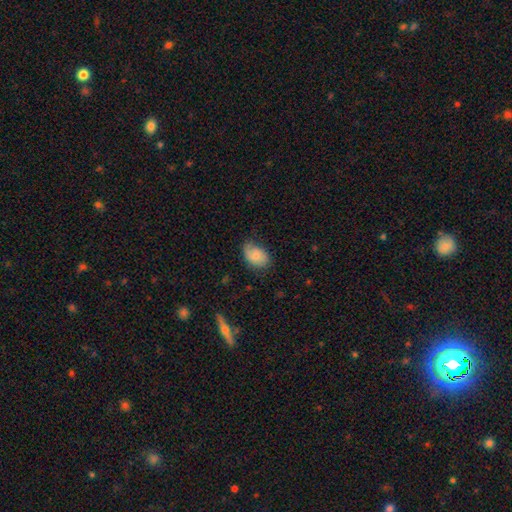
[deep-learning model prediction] The model was most divided on "merging": none: 60%, minor disturbance: 30%, major disturbance: 8%, merger: 2%. More confident: how rounded — in between (84%); smooth or featured — smooth (74%).